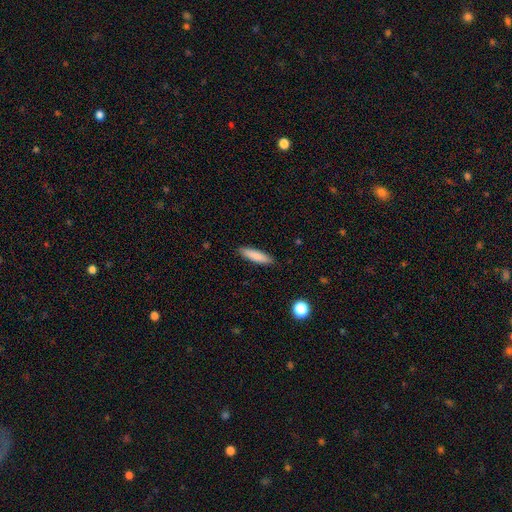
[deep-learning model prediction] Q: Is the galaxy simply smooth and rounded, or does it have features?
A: smooth — 83%.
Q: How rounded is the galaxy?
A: cigar-shaped — 74%.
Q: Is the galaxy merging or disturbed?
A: none — 89%.